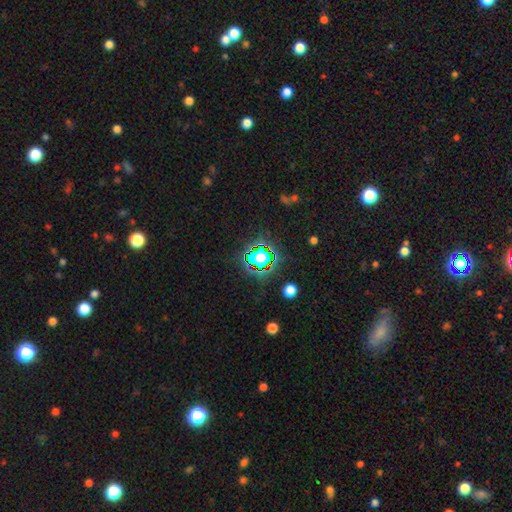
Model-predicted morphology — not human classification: type=star or artifact (78%).